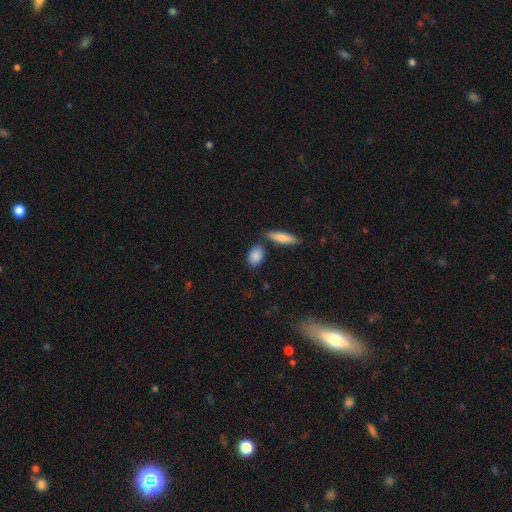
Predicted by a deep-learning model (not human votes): Q: Smooth or featured?
A: smooth (87%); runner-up: featured or disk (7%)
Q: How rounded?
A: in between (83%); runner-up: round (11%)
Q: Merging?
A: none (69%); runner-up: minor disturbance (14%)